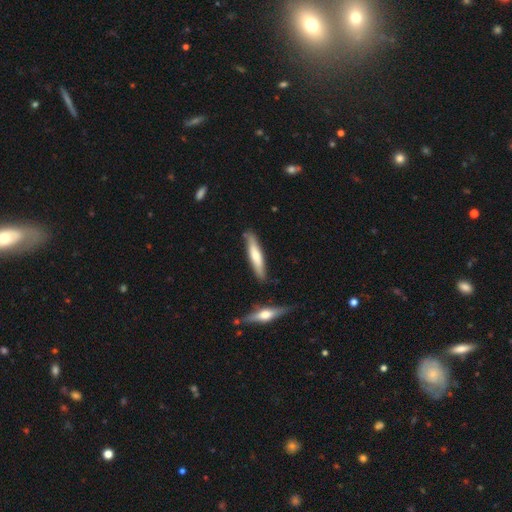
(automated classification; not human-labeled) Q: Smooth or featured?
A: smooth (56%); runner-up: featured or disk (38%)
Q: How rounded?
A: cigar-shaped (85%); runner-up: in between (13%)
Q: Merging?
A: none (80%); runner-up: minor disturbance (13%)